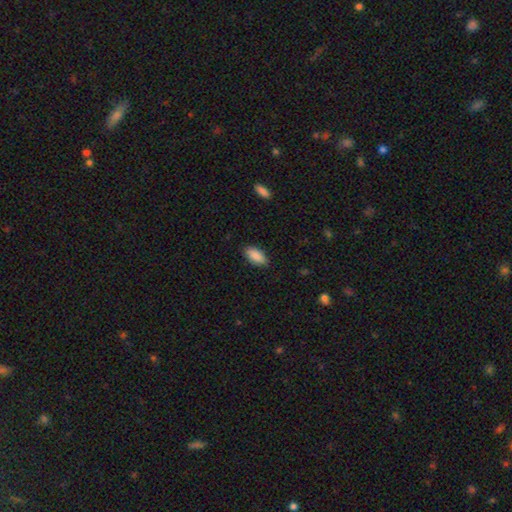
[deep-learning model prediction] This is clearly a smooth galaxy (89%). How rounded: clearly in between (90%). Merging: clearly none (86%).